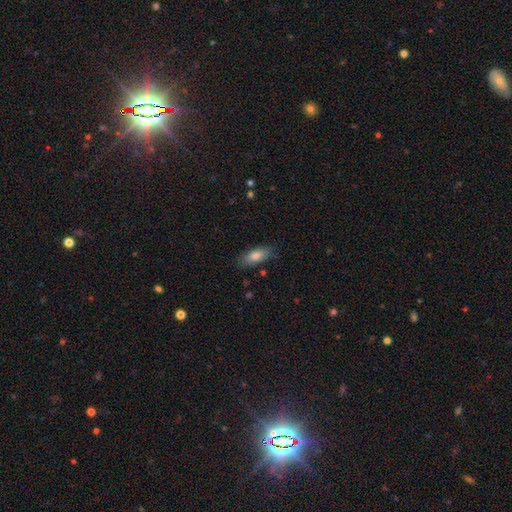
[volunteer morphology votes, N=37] Smooth or featured: smooth — 78% (featured or disk — 19%)
How rounded: in between — 79% (cigar-shaped — 21%)
Merging: none — 92% (minor disturbance — 6%)